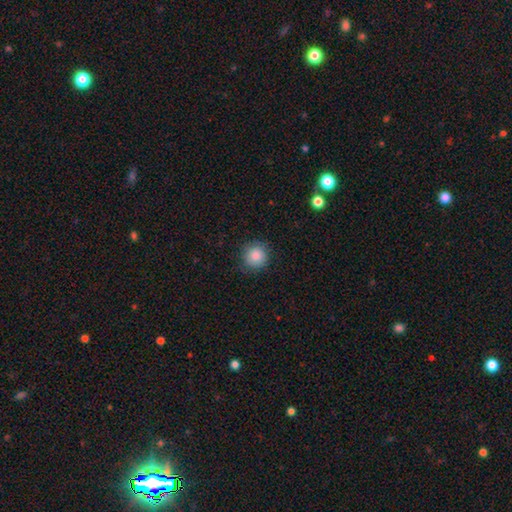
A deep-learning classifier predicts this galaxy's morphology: The model was most divided on "merging": none: 86%, minor disturbance: 11%, major disturbance: 3%, merger: 1%. More confident: how rounded — round (93%); smooth or featured — smooth (87%).